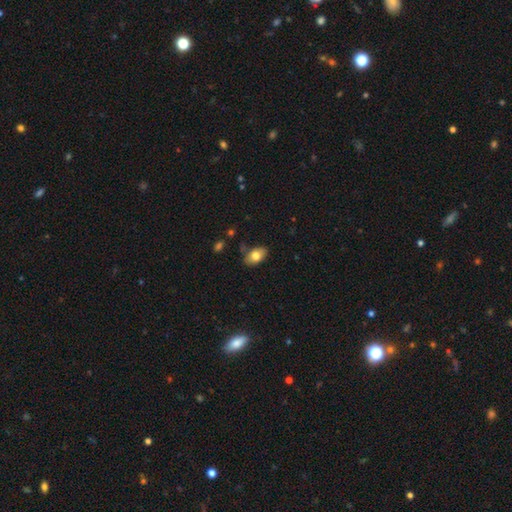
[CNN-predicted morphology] smooth 78%, featured or disk 14%, star or artifact 8%. Down the decision tree: how rounded — in between (90%); merging — none (77%).